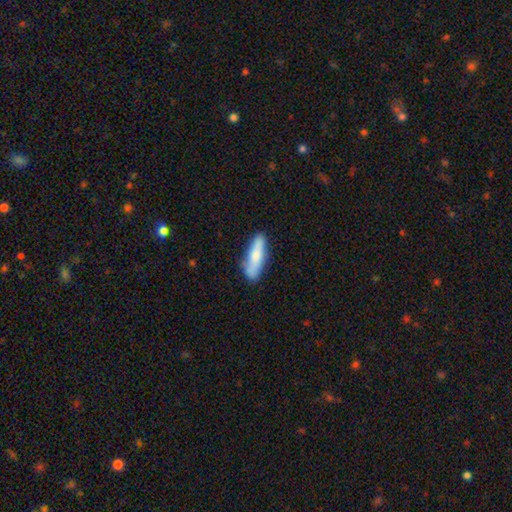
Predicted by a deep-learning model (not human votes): A smooth galaxy with no disk features (75%) that is cigar-shaped (61%).

Vote fractions:
- Smooth or featured? smooth: 75% / featured or disk: 19% / star or artifact: 6%
- How rounded? cigar-shaped: 61% / in between: 37% / round: 2%
- Merging? none: 73% / minor disturbance: 19% / major disturbance: 4% / merger: 4%